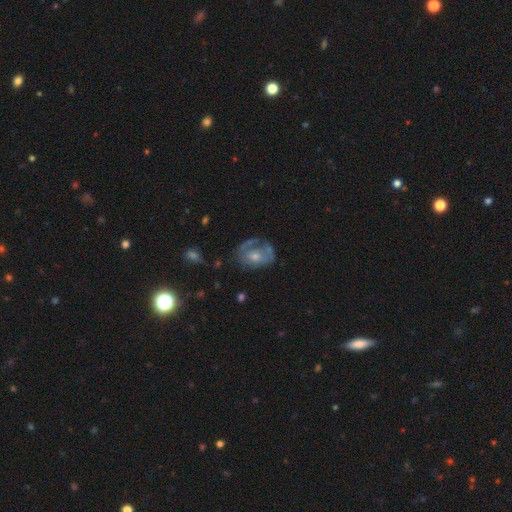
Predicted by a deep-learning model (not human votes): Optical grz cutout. It shows a featured or disk galaxy (58%) with no bar (79%), no spiral arms (50%, tied with yes) and a moderate central bulge (47%). Merging: none (46%).